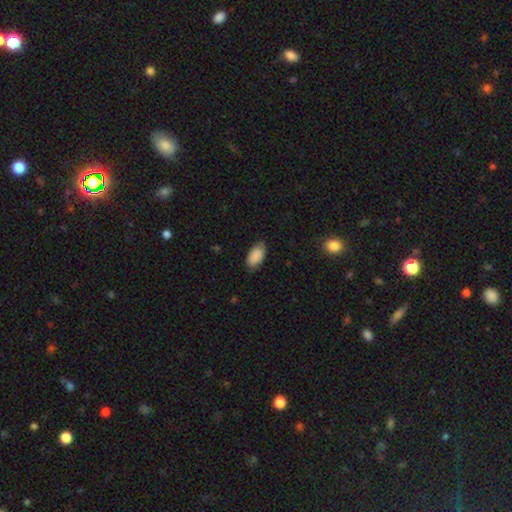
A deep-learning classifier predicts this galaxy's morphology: Smooth or featured: smooth — 88% (star or artifact — 6%)
How rounded: in between — 94% (round — 4%)
Merging: none — 74% (minor disturbance — 21%)